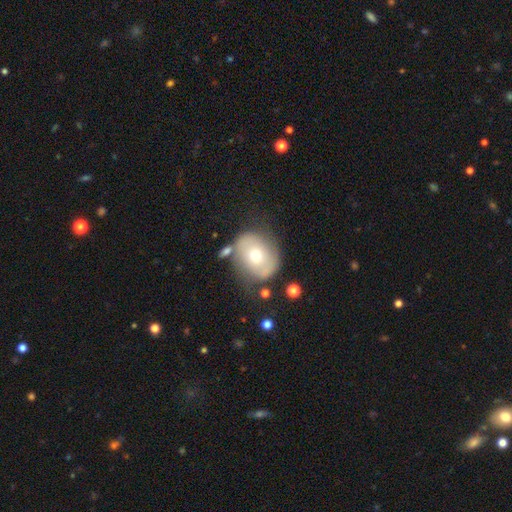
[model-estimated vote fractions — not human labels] The model was most divided on "how rounded": round: 52%, in between: 47%, cigar-shaped: 1%. More confident: merging — none (66%); smooth or featured — smooth (50%).